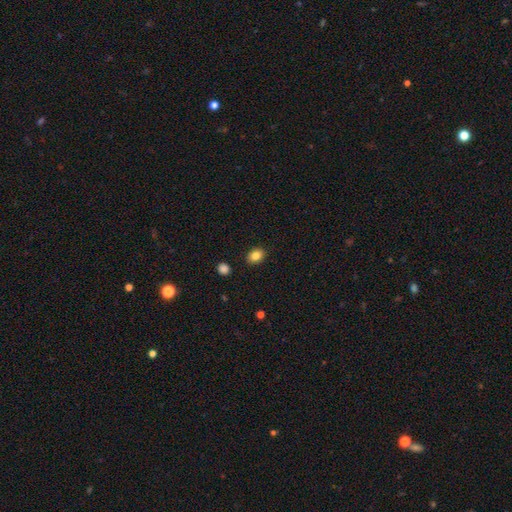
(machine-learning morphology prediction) smooth-or-featured: smooth: 85% | star or artifact: 9% | featured or disk: 6%
  how-rounded: in between: 68% | round: 31% | cigar-shaped: 1%
  merging: none: 89% | minor disturbance: 8% | major disturbance: 2% | merger: 1%